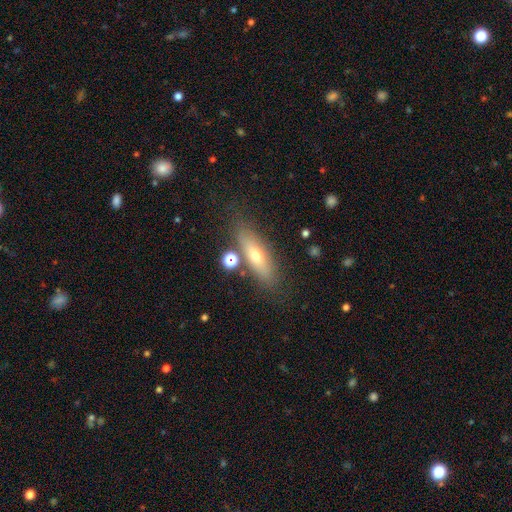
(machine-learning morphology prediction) Overall: smooth (54%; featured or disk 36%). How rounded: cigar-shaped (51%; in between 45%). Merging: none (76%).